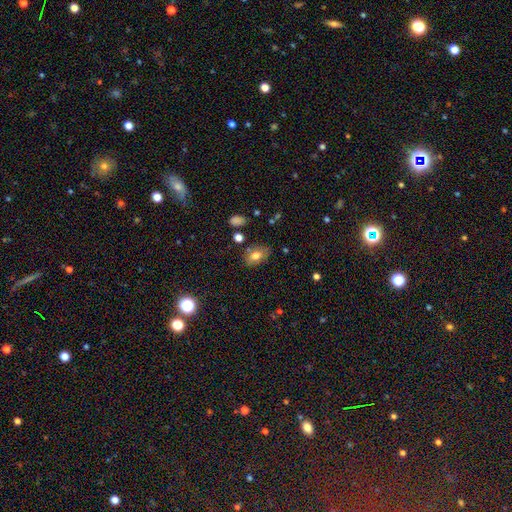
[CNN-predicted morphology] A smooth galaxy with no disk features (70%) that is in between round and cigar-shaped (85%).

Vote fractions:
- Smooth or featured? smooth: 70% / featured or disk: 19% / star or artifact: 10%
- How rounded? in between: 85% / round: 13% / cigar-shaped: 2%
- Merging? none: 74% / minor disturbance: 18% / merger: 4% / major disturbance: 4%